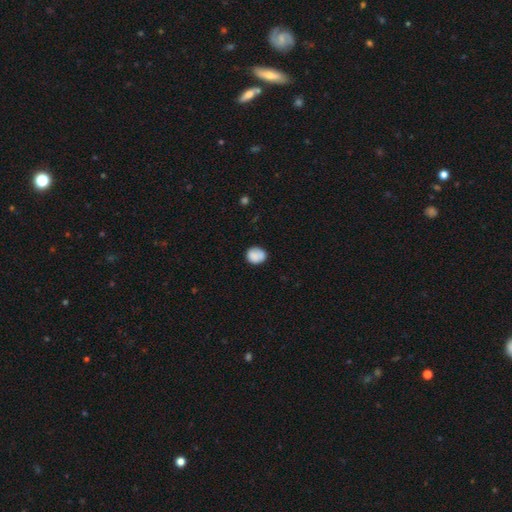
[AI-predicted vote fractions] Smooth or featured? Predicted: smooth (p=0.85). How rounded? Predicted: round (p=0.69). Merging? Predicted: none (p=0.75).